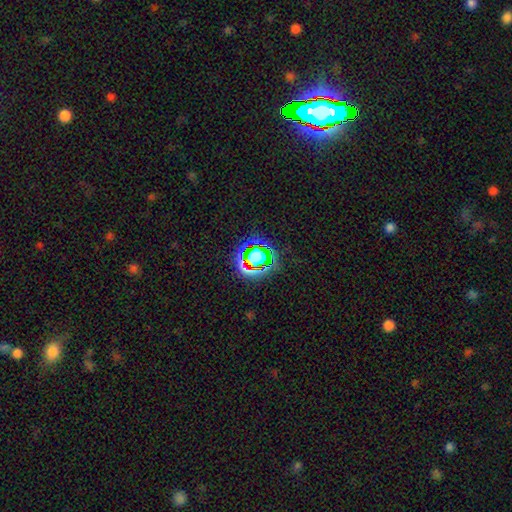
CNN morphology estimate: star or artifact 55%, smooth 30%, featured or disk 15%.